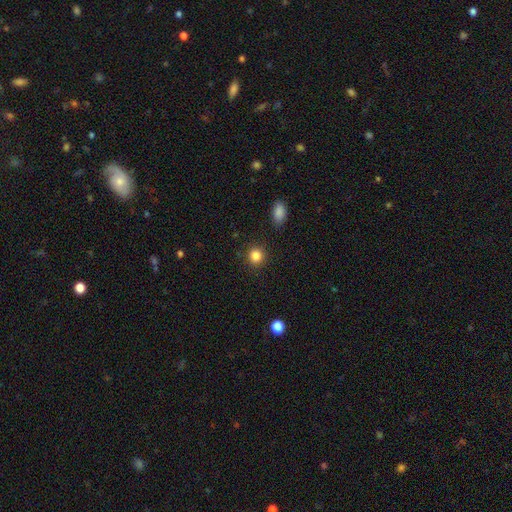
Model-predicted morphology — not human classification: Smooth or featured? smooth (85%)
How rounded? round (89%)
Merging? none (90%)